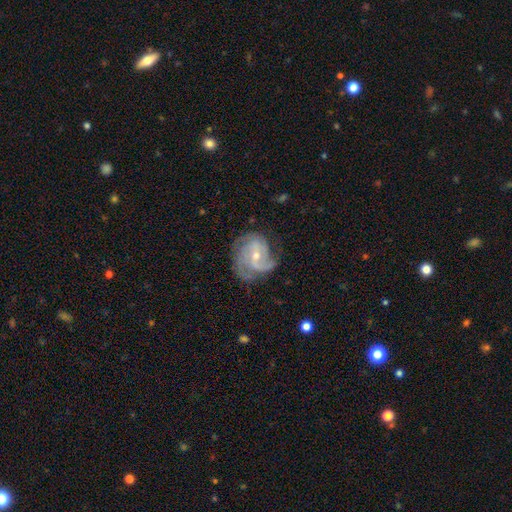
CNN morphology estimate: This is clearly a featured or disk galaxy (85%). It is clearly not viewed edge-on (98%). Bar: possibly no (47%). Spiral arm pattern: clearly yes (96%). Spiral arm count: marginally 3 (37%). Spiral winding: possibly medium (45%). Central bulge: possibly small (60%). Merging: possibly none (60%).